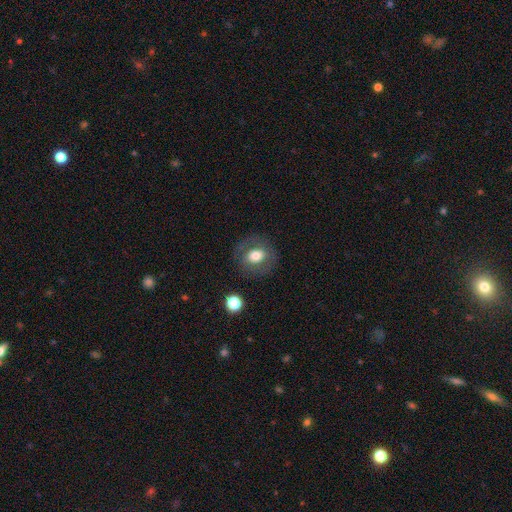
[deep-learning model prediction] This is likely a smooth galaxy (63%). How rounded: likely round (70%). Merging: clearly none (80%).